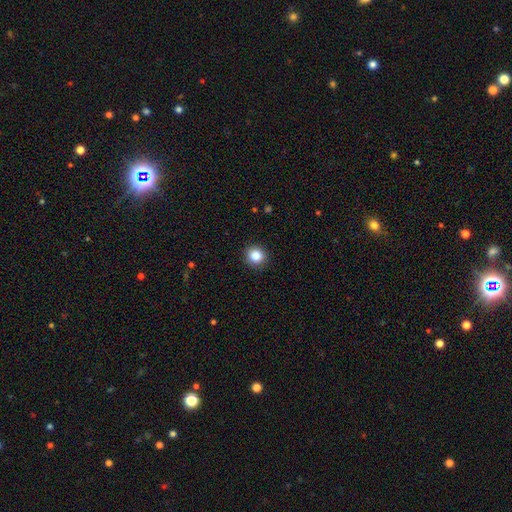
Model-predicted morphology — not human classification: This appears to be a smooth galaxy with no disk features (85%) that is round (88%). Merging: none (91%).